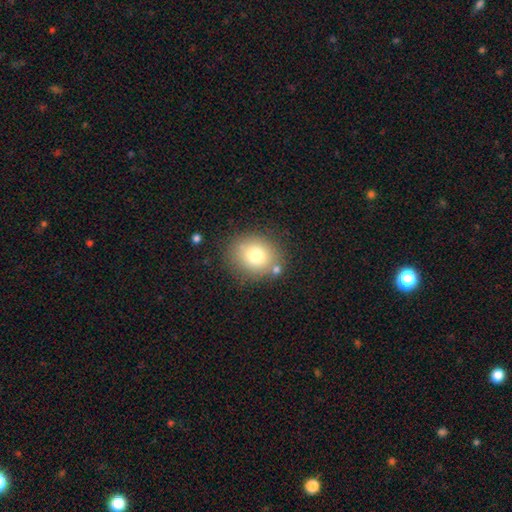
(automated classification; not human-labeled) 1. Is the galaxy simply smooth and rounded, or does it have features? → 76% smooth, 13% featured or disk, 11% star or artifact.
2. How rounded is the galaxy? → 67% round, 32% in between, 1% cigar-shaped.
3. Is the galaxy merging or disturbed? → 77% none, 12% minor disturbance, 7% merger, 4% major disturbance.